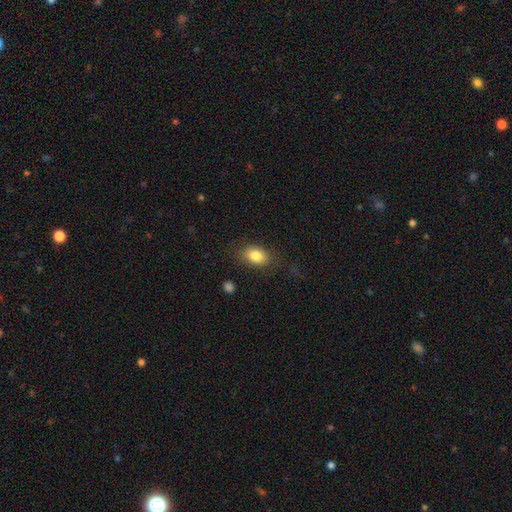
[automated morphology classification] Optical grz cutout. It shows a smooth galaxy with no disk features (83%) that is in between round and cigar-shaped (81%). Merging: none (76%).